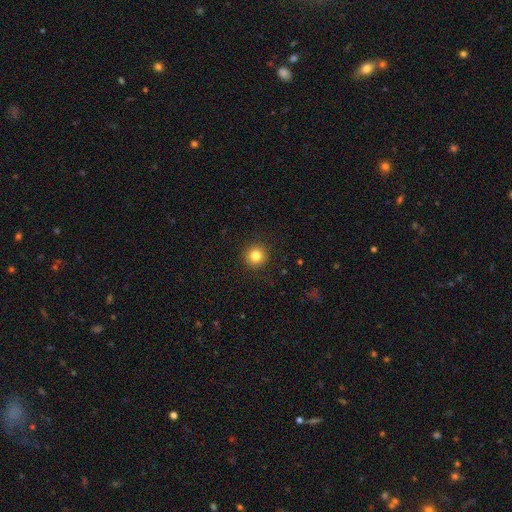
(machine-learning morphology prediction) The model was most divided on "smooth or featured": smooth: 83%, star or artifact: 11%, featured or disk: 6%. More confident: how rounded — round (94%); merging — none (92%).